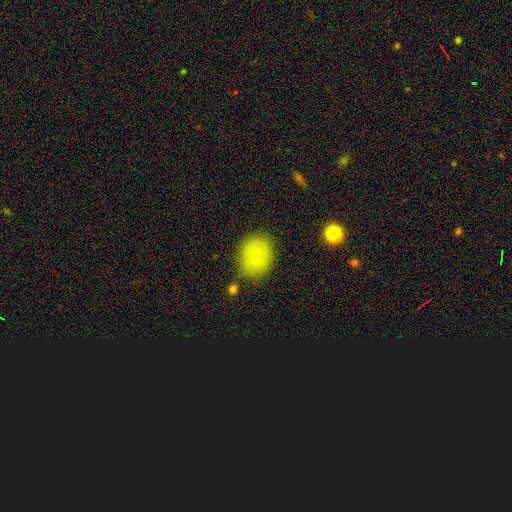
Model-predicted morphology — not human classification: Overall: smooth (68%). How rounded: in between (51%; round 47%). Merging: none (82%).